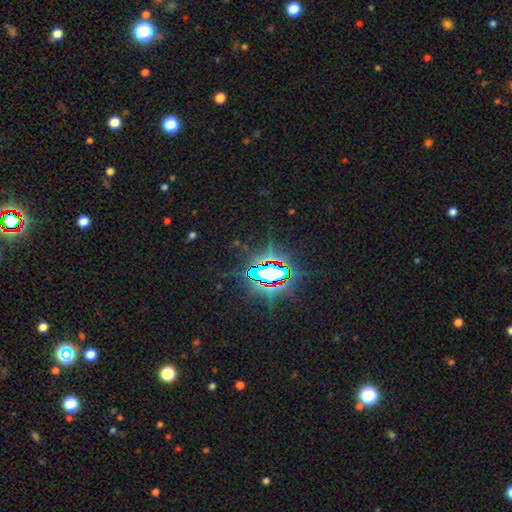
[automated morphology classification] This appears to be a star or artifact, not a galaxy (85%).